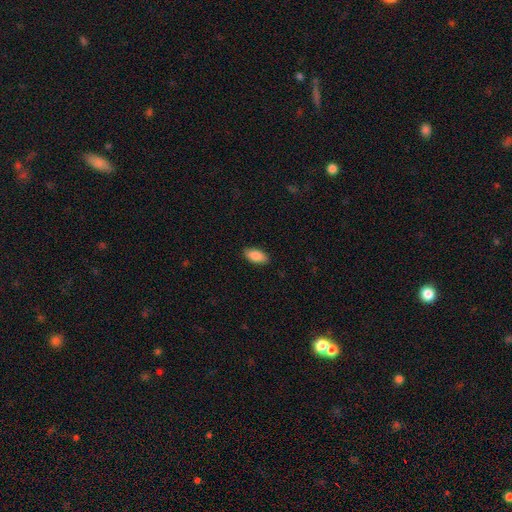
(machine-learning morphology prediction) Smooth or featured?
  - smooth: 87% *
  - star or artifact: 7%
  - featured or disk: 7%
How rounded?
  - in between: 90% *
  - cigar-shaped: 7%
  - round: 2%
Merging?
  - none: 88% *
  - minor disturbance: 9%
  - major disturbance: 2%
  - merger: 1%